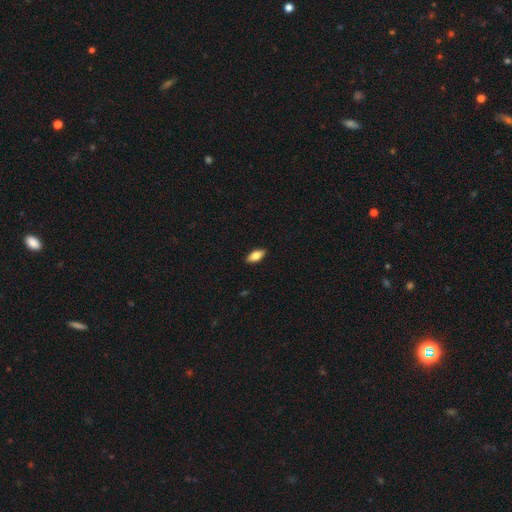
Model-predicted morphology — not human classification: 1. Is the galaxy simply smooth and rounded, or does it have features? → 77% smooth, 16% featured or disk, 7% star or artifact.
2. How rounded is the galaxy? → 87% in between, 11% cigar-shaped, 3% round.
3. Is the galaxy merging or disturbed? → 89% none, 8% minor disturbance, 2% major disturbance, 1% merger.